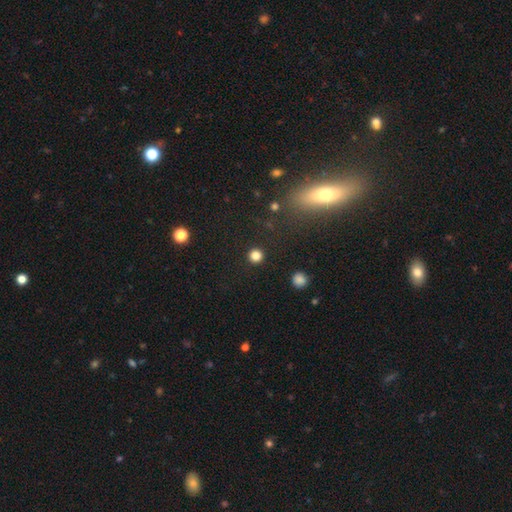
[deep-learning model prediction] Overall: smooth (82%). How rounded: round (94%). Merging: none (92%).